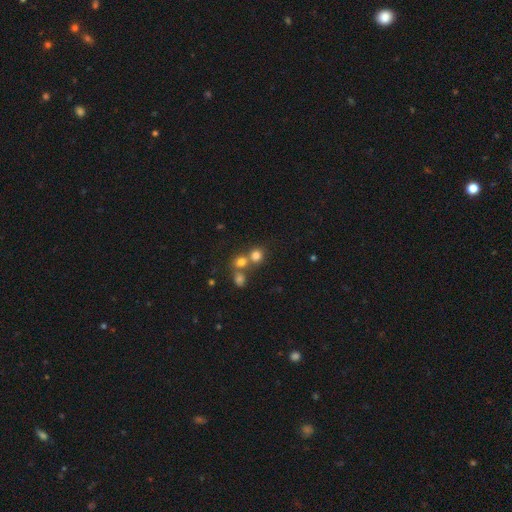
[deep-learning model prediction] smooth 75%, star or artifact 16%, featured or disk 9%. Down the decision tree: how rounded — round (84%); merging — none (50%).